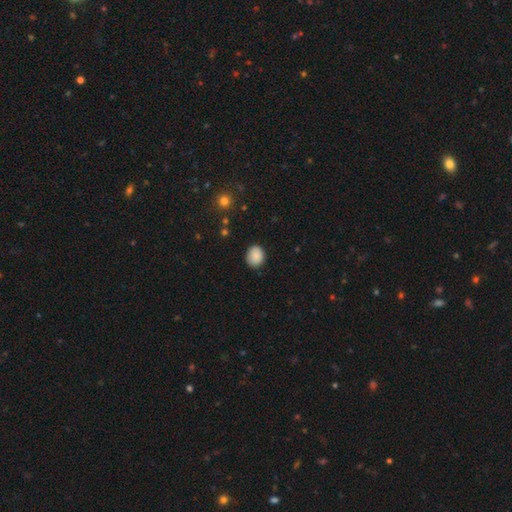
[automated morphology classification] Smooth or featured?
  - smooth: 89% *
  - star or artifact: 8%
  - featured or disk: 4%
How rounded?
  - round: 58% *
  - in between: 41%
  - cigar-shaped: 1%
Merging?
  - none: 86% *
  - minor disturbance: 11%
  - major disturbance: 2%
  - merger: 1%